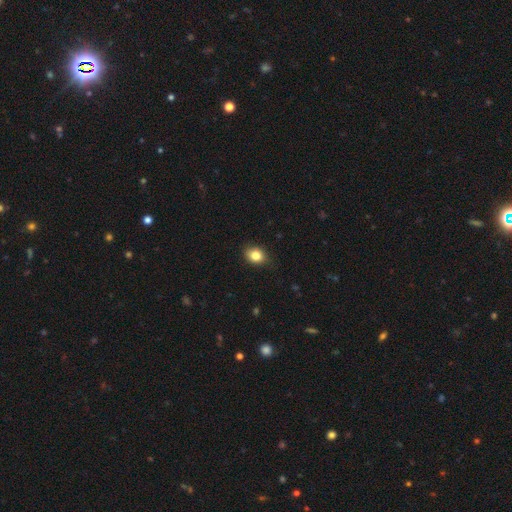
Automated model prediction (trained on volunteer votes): Overall: smooth (84%). How rounded: in between (57%; round 42%). Merging: none (82%).